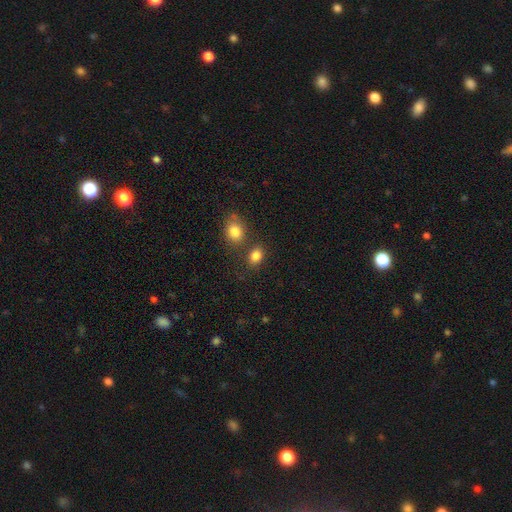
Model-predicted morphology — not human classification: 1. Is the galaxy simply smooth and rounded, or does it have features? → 84% smooth, 10% star or artifact, 6% featured or disk.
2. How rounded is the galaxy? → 62% in between, 37% round, 1% cigar-shaped.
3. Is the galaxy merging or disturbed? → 66% none, 19% merger, 11% minor disturbance, 4% major disturbance.